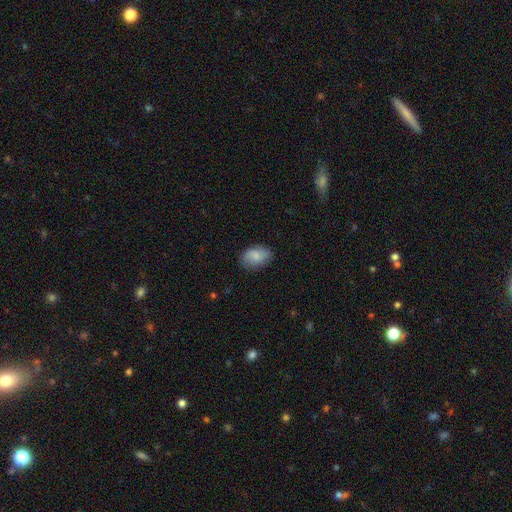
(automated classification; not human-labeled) smooth-or-featured: smooth: 77% | featured or disk: 17% | star or artifact: 7%
  how-rounded: in between: 87% | round: 11% | cigar-shaped: 1%
  merging: none: 81% | minor disturbance: 15% | major disturbance: 3% | merger: 1%